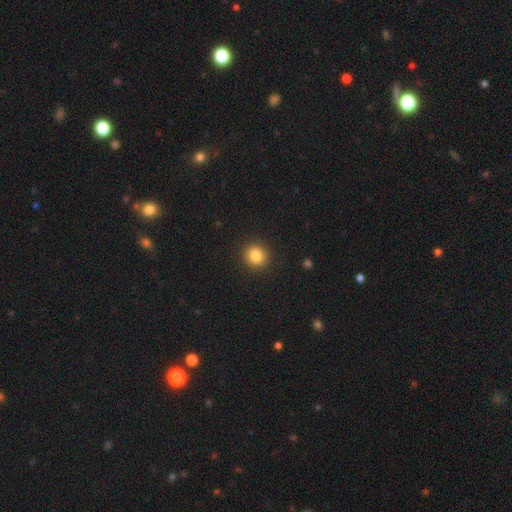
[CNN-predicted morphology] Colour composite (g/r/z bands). It shows a smooth galaxy with no disk features (84%) that is round (89%). Merging: none (92%).